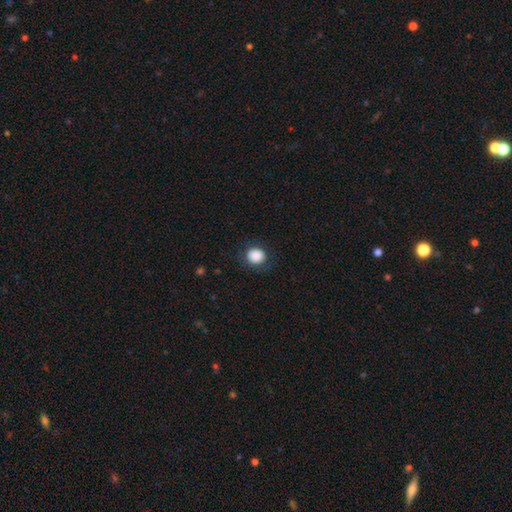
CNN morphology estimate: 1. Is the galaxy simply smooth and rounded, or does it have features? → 87% smooth, 8% star or artifact, 4% featured or disk.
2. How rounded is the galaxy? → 83% round, 16% in between, 1% cigar-shaped.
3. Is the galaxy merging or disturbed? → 83% none, 11% minor disturbance, 5% major disturbance, 1% merger.